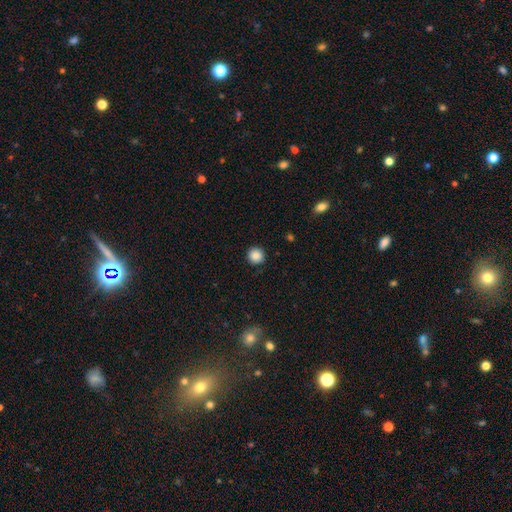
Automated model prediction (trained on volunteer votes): This is clearly a smooth galaxy (87%). How rounded: clearly round (95%). Merging: clearly none (90%).